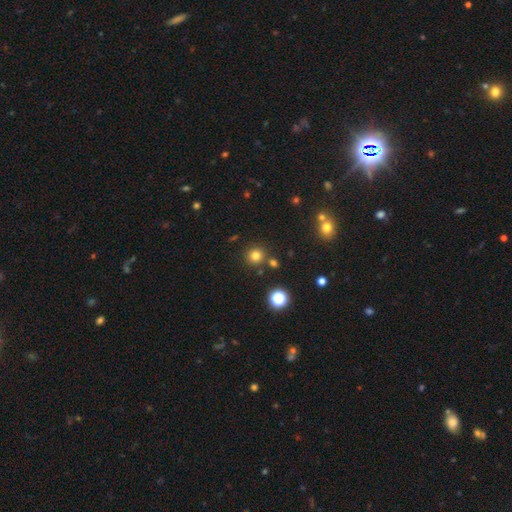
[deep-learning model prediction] This is likely a smooth galaxy (77%). How rounded: clearly round (93%). Merging: clearly none (84%).